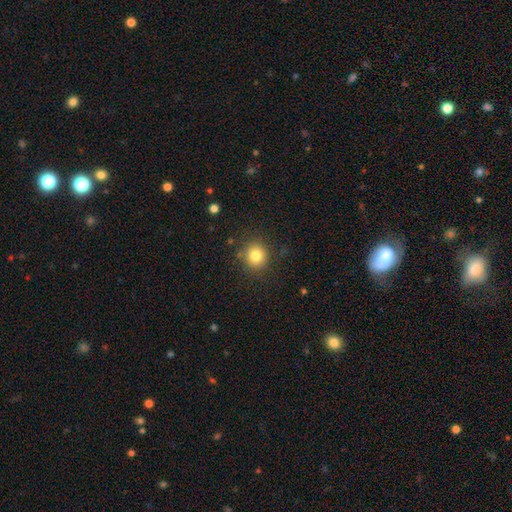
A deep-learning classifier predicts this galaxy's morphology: Smooth or featured: smooth — 81% (star or artifact — 12%)
How rounded: round — 90% (in between — 9%)
Merging: none — 86% (minor disturbance — 9%)